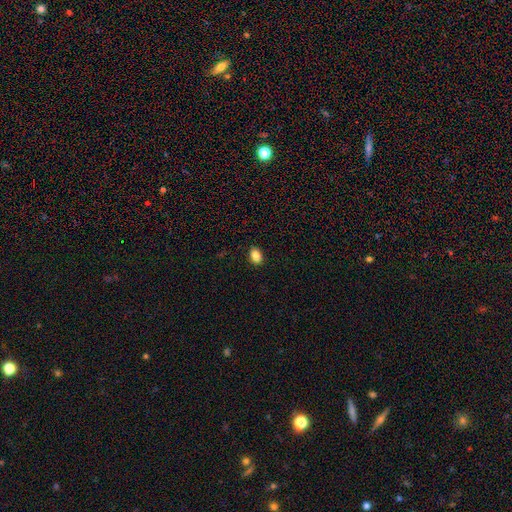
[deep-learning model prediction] smooth 87%, star or artifact 9%, featured or disk 4%. Down the decision tree: how rounded — in between (82%); merging — none (90%).